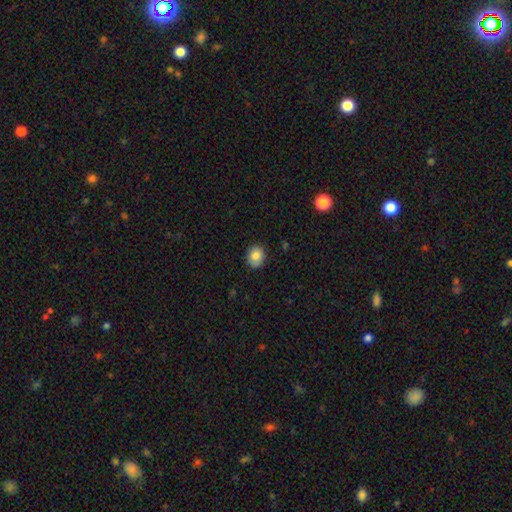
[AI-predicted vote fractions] This appears to be a smooth galaxy with no disk features (84%) that is round (64%). Merging: none (86%).